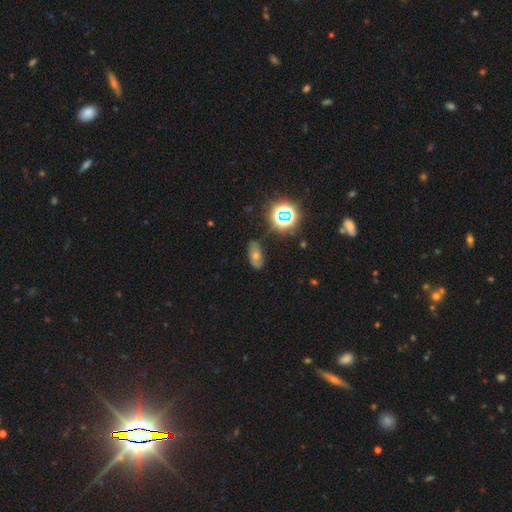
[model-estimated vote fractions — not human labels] Smooth or featured? star or artifact (39%)